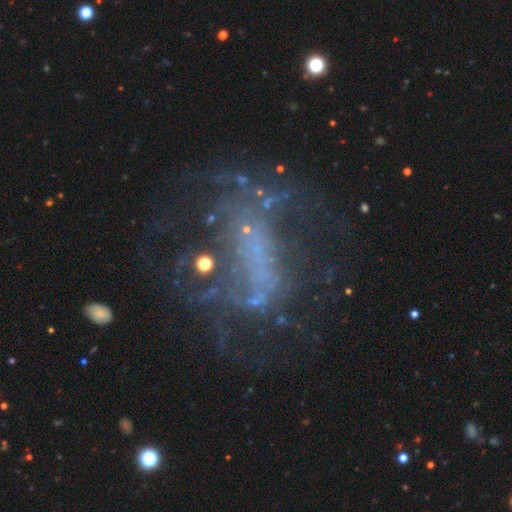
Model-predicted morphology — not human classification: smooth-or-featured: featured or disk: 60% | star or artifact: 25% | smooth: 15%
  disk-edge-on: no: 95% | yes: 5%
    bar: no: 70% | weak: 18% | strong: 11%
    has-spiral-arms: no: 67% | yes: 33%
    bulge-size: none: 70% | small: 20% | moderate: 6% | large: 2% | dominant: 1%
  merging: none: 40% | major disturbance: 37% | minor disturbance: 16% | merger: 7%